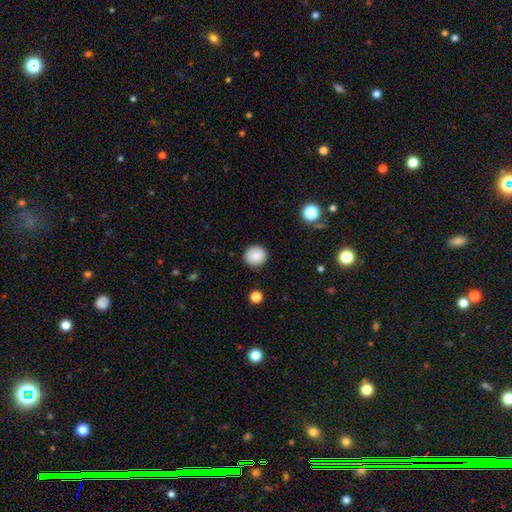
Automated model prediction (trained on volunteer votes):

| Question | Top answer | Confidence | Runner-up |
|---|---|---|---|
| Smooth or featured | smooth | 88% | star or artifact (9%) |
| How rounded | round | 90% | in between (9%) |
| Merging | none | 90% | minor disturbance (7%) |